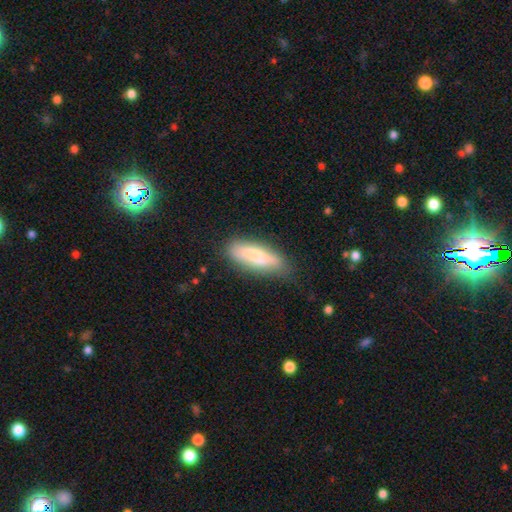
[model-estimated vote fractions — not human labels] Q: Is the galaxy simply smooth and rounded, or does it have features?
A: smooth — 73%.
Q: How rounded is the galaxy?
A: in between — 52%.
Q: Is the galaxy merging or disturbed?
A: none — 72%.